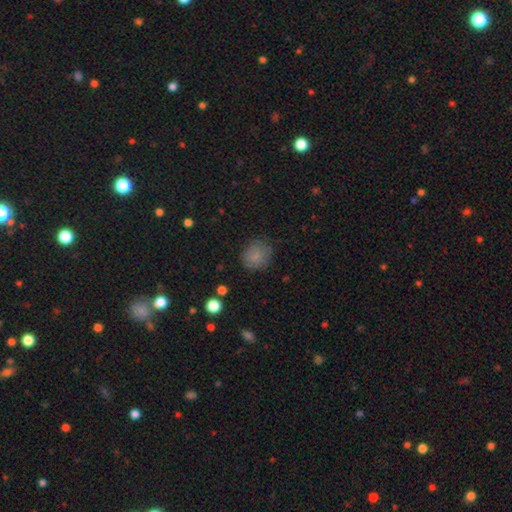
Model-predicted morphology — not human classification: Smooth or featured?
  - smooth: 82% *
  - star or artifact: 10%
  - featured or disk: 7%
How rounded?
  - round: 72% *
  - in between: 27%
  - cigar-shaped: 1%
Merging?
  - none: 77% *
  - minor disturbance: 17%
  - major disturbance: 5%
  - merger: 1%